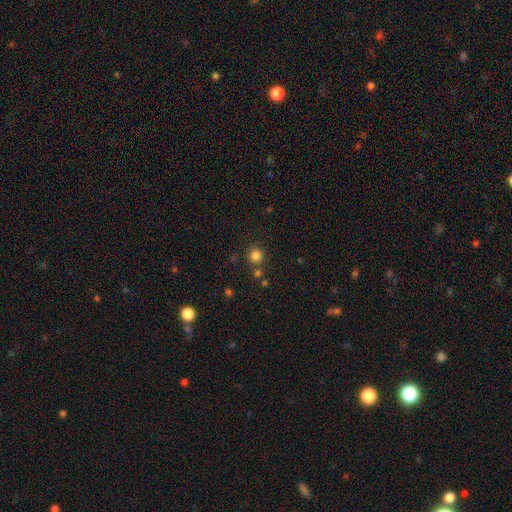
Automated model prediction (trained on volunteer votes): A smooth galaxy with no disk features (81%) that is round (91%).

Vote fractions:
- Smooth or featured? smooth: 81% / star or artifact: 14% / featured or disk: 5%
- How rounded? round: 91% / in between: 8% / cigar-shaped: 1%
- Merging? none: 79% / merger: 10% / minor disturbance: 8% / major disturbance: 3%